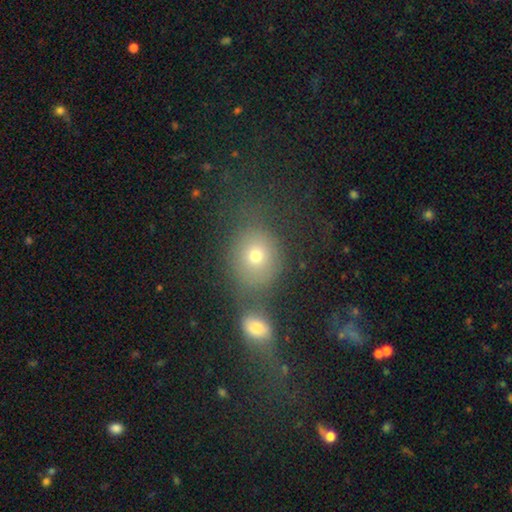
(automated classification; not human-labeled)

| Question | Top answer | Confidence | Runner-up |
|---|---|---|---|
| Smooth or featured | smooth | 70% | featured or disk (15%) |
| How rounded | round | 65% | in between (33%) |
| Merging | none | 49% | merger (28%) |